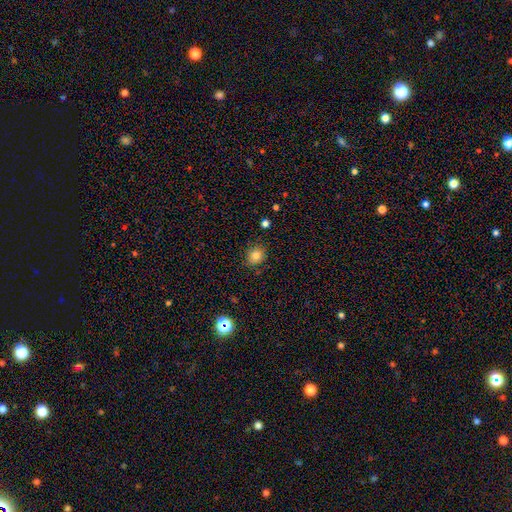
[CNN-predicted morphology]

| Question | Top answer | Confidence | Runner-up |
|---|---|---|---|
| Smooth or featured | smooth | 81% | star or artifact (12%) |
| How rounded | round | 79% | in between (20%) |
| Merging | none | 84% | minor disturbance (11%) |